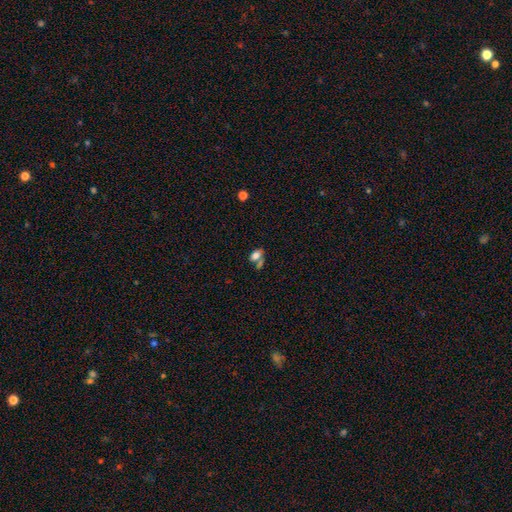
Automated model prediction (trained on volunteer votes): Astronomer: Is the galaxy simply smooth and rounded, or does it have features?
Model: smooth — 74%.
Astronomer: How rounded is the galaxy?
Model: in between — 87%.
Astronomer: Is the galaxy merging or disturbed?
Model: none — 50% (runner-up: merger, 32%).